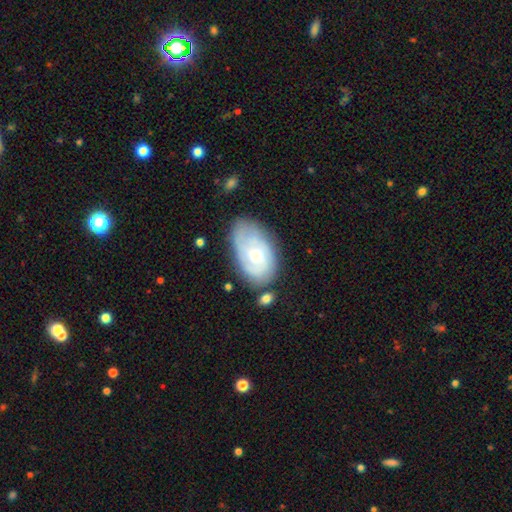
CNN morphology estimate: This is likely a featured or disk galaxy (63%). It is clearly not viewed edge-on (95%). Bar: likely no (78%). Spiral arm pattern: likely yes (79%). Central bulge: possibly moderate (58%). Merging: likely none (62%).